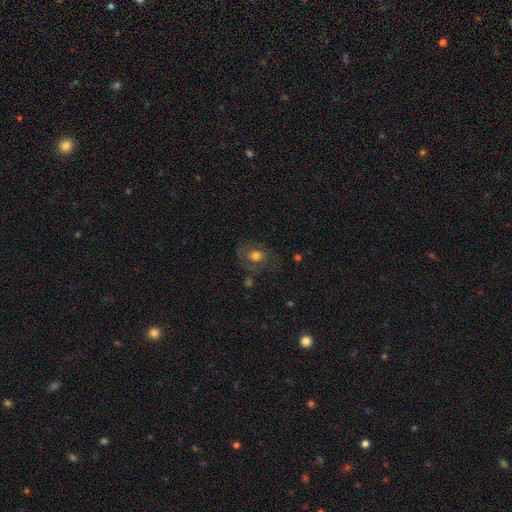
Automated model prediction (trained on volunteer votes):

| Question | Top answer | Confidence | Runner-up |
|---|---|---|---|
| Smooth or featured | smooth | 49% | featured or disk (38%) |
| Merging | none | 59% | minor disturbance (21%) |